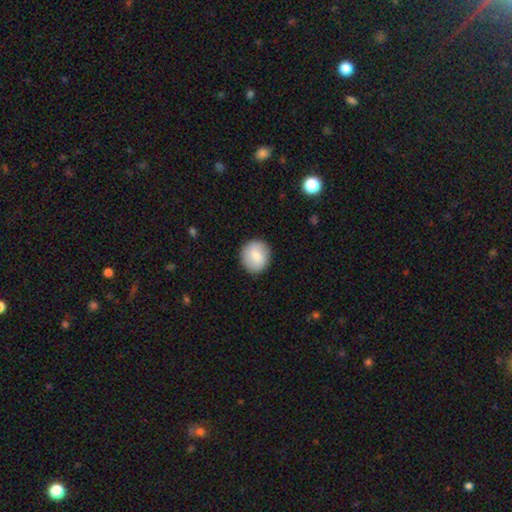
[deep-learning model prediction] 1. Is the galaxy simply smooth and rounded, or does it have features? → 79% smooth, 14% featured or disk, 7% star or artifact.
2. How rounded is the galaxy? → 85% round, 14% in between, 1% cigar-shaped.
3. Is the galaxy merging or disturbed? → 89% none, 8% minor disturbance, 2% major disturbance, 1% merger.